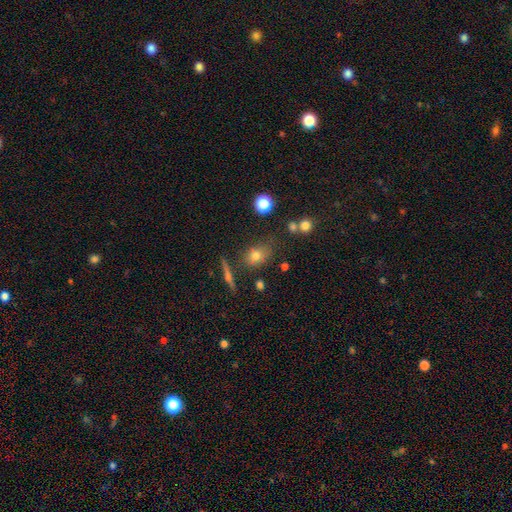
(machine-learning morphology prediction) A smooth galaxy with no disk features (72%) that is in between round and cigar-shaped (56%). Merging: none (64%).